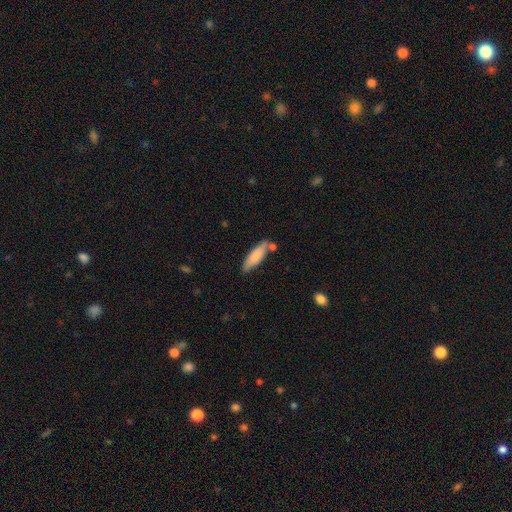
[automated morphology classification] Smooth or featured? Predicted: smooth (p=0.77). How rounded? Predicted: cigar-shaped (p=0.59). Merging? Predicted: none (p=0.69).